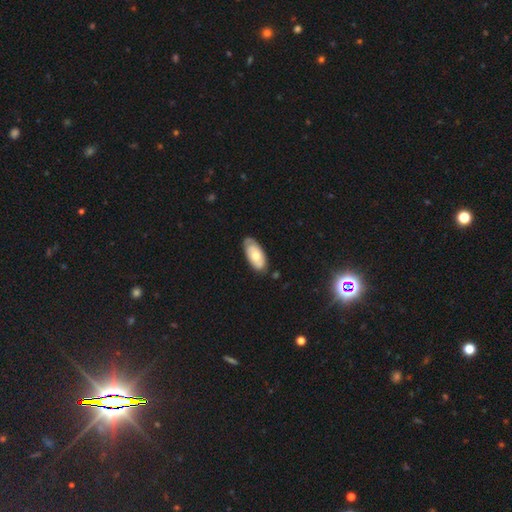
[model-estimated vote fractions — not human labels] Smooth or featured?
  - smooth: 54% *
  - featured or disk: 40%
  - star or artifact: 6%
How rounded?
  - in between: 91% *
  - cigar-shaped: 7%
  - round: 2%
Merging?
  - none: 74% *
  - minor disturbance: 20%
  - major disturbance: 4%
  - merger: 2%